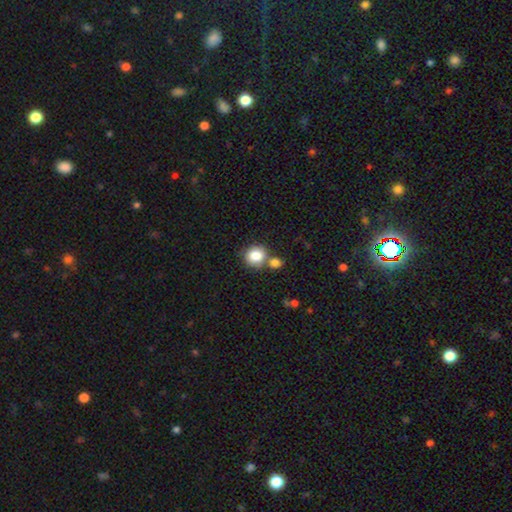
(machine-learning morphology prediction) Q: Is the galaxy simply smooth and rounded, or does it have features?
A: smooth — 82%.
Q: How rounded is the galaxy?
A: round — 83%.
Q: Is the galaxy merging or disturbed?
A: none — 60%.